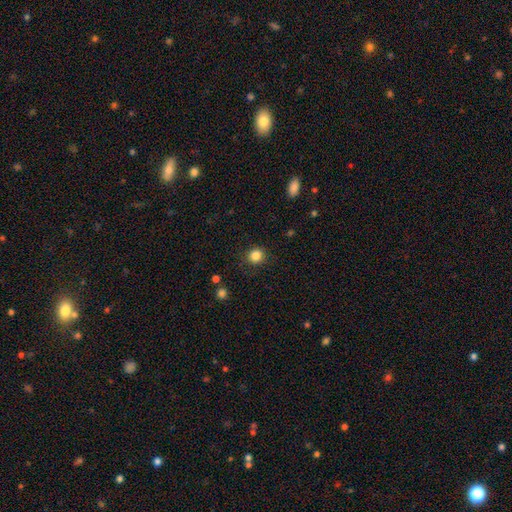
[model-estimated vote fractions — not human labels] Smooth or featured?
  - smooth: 85% *
  - star or artifact: 11%
  - featured or disk: 4%
How rounded?
  - round: 90% *
  - in between: 9%
  - cigar-shaped: 1%
Merging?
  - none: 89% *
  - minor disturbance: 7%
  - major disturbance: 2%
  - merger: 1%